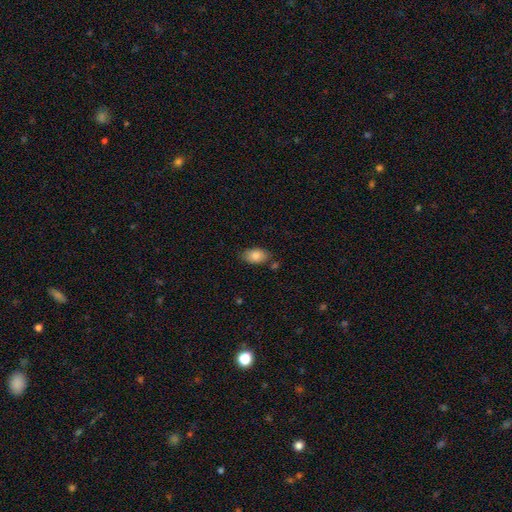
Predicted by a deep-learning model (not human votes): The model was most divided on "merging": none: 76%, minor disturbance: 15%, merger: 5%, major disturbance: 3%. More confident: how rounded — in between (90%); smooth or featured — smooth (86%).